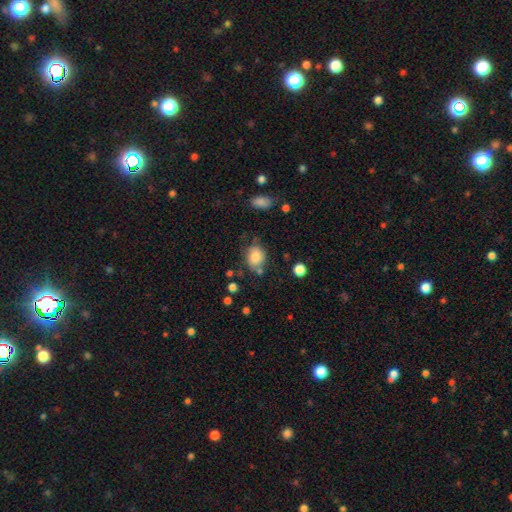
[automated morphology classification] This appears to be a smooth galaxy with no disk features (81%) that is round (55%). Merging: none (64%).